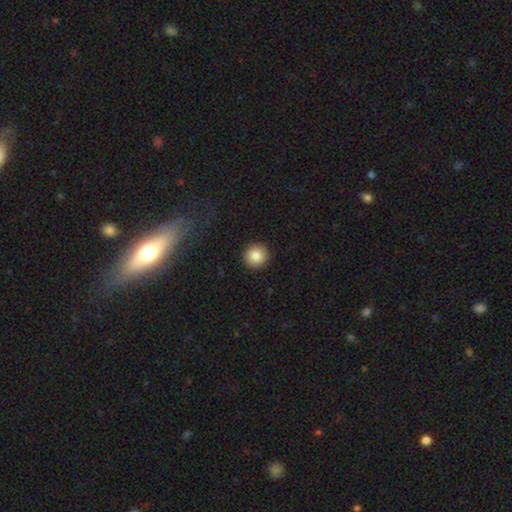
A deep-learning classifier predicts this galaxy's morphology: Smooth or featured? Predicted: smooth (p=0.84). How rounded? Predicted: round (p=0.95). Merging? Predicted: none (p=0.93).